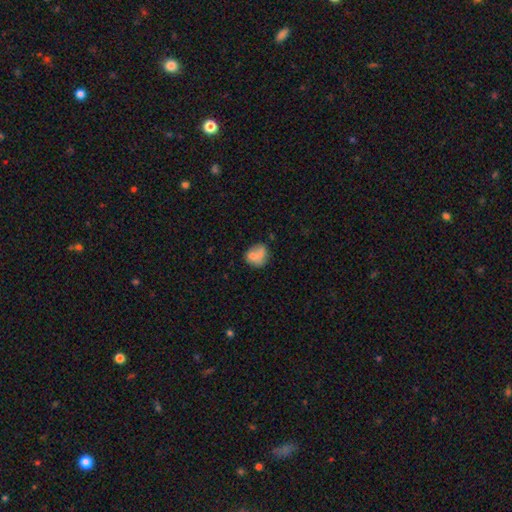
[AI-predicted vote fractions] Smooth or featured: smooth — 71% (featured or disk — 20%)
How rounded: round — 65% (in between — 34%)
Merging: none — 41% (minor disturbance — 23%)